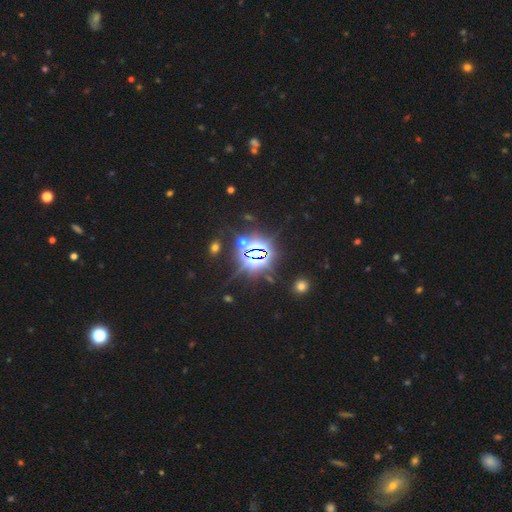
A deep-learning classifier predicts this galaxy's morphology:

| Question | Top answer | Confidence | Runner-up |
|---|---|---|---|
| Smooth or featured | star or artifact | 82% | smooth (10%) |